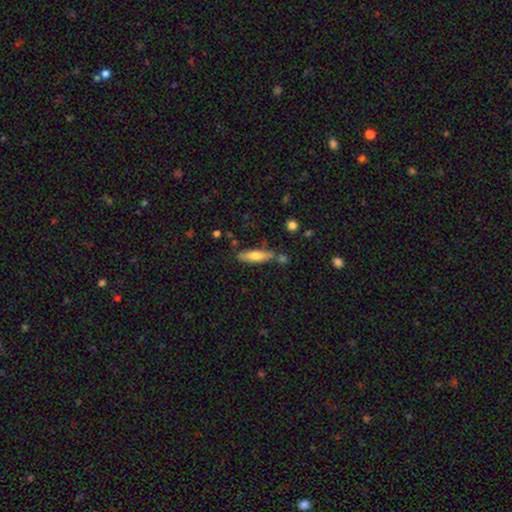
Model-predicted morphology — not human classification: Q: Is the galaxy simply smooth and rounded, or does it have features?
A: smooth — 68%.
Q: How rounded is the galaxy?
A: cigar-shaped — 69%.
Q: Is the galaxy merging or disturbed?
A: none — 72%.